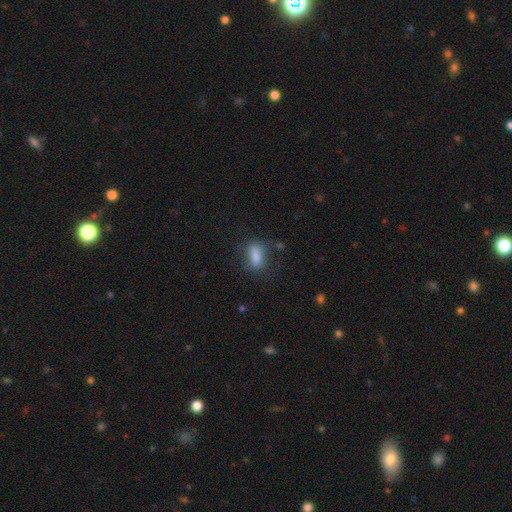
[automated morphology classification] Smooth or featured?
  - smooth: 80% *
  - featured or disk: 11%
  - star or artifact: 10%
How rounded?
  - in between: 81% *
  - cigar-shaped: 11%
  - round: 8%
Merging?
  - none: 64% *
  - minor disturbance: 22%
  - major disturbance: 12%
  - merger: 3%